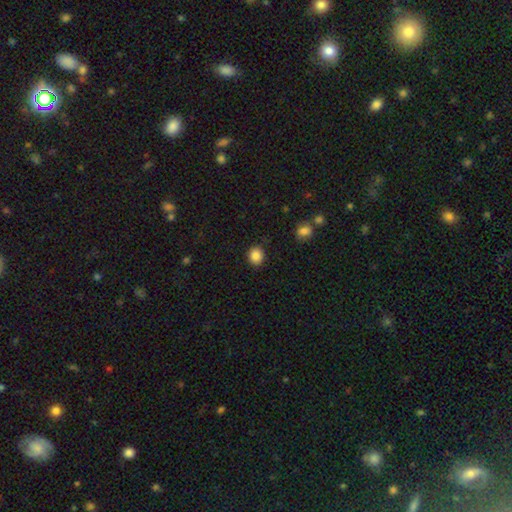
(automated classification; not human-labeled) smooth_or_featured: smooth (p=0.86) [alt: star or artifact p=0.09]
how_rounded: round (p=0.69) [alt: in between p=0.30]
merging: none (p=0.87) [alt: minor disturbance p=0.09]